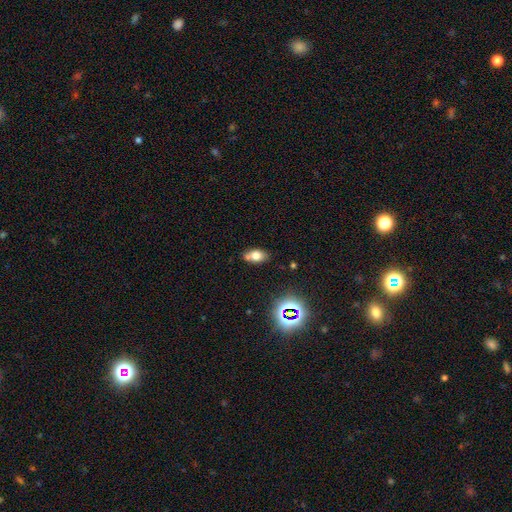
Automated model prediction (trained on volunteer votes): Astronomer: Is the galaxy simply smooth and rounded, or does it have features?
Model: smooth — 71%.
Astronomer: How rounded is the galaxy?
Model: in between — 82%.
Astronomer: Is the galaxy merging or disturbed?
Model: none — 59%.